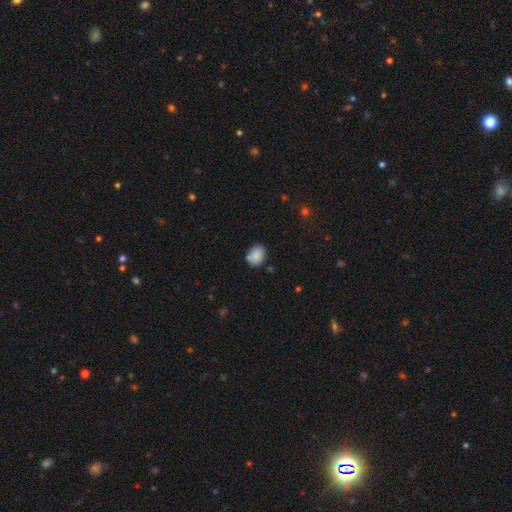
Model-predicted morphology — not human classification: Smooth or featured?
  - smooth: 85% *
  - star or artifact: 8%
  - featured or disk: 7%
How rounded?
  - in between: 51% *
  - round: 48%
  - cigar-shaped: 1%
Merging?
  - none: 73% *
  - minor disturbance: 17%
  - merger: 6%
  - major disturbance: 3%